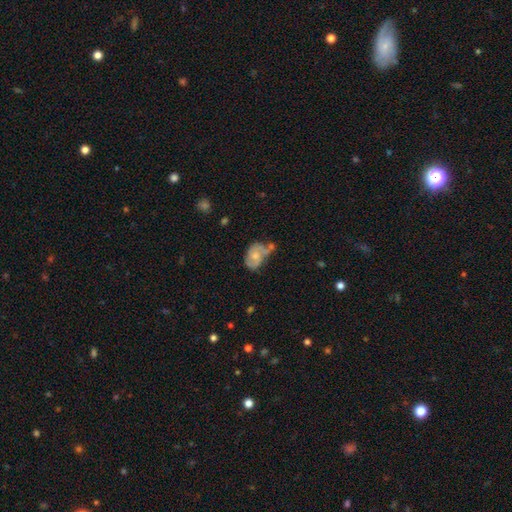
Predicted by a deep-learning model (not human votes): smooth_or_featured: featured or disk (p=0.49) [alt: smooth p=0.43]
merging: none (p=0.36) [alt: minor disturbance p=0.28]